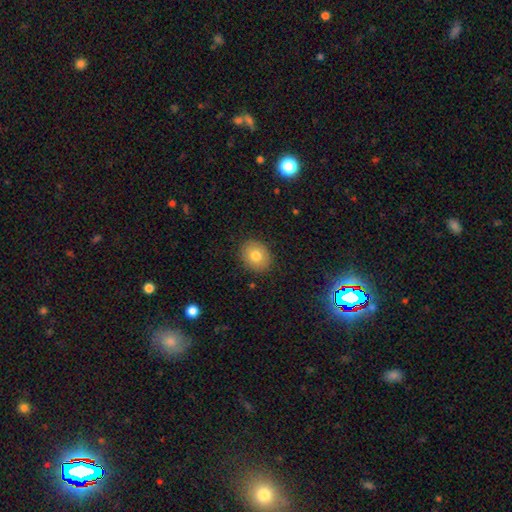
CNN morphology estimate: The model was most divided on "how rounded": round: 62%, in between: 37%, cigar-shaped: 1%. More confident: merging — none (88%); smooth or featured — smooth (78%).